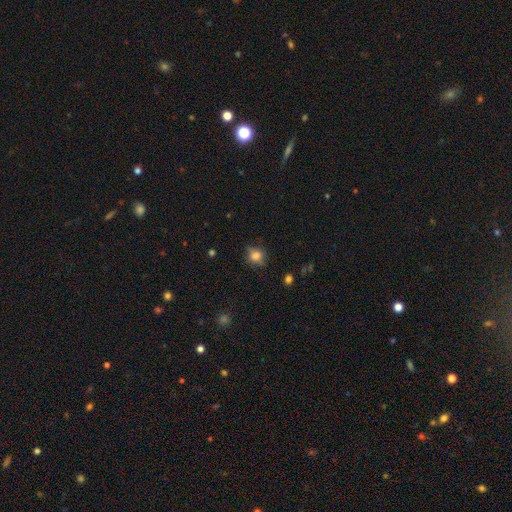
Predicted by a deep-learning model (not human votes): smooth 75%, featured or disk 13%, star or artifact 12%. Down the decision tree: how rounded — round (77%); merging — none (77%).